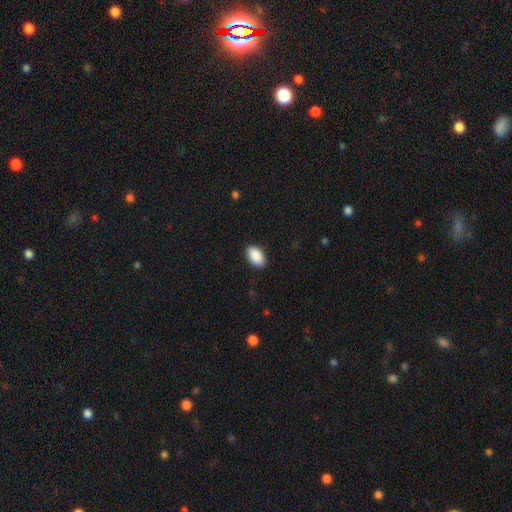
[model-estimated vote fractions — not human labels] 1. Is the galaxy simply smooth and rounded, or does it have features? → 91% smooth, 6% star or artifact, 3% featured or disk.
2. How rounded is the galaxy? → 94% in between, 4% round, 2% cigar-shaped.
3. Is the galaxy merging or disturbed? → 89% none, 8% minor disturbance, 2% major disturbance, 1% merger.